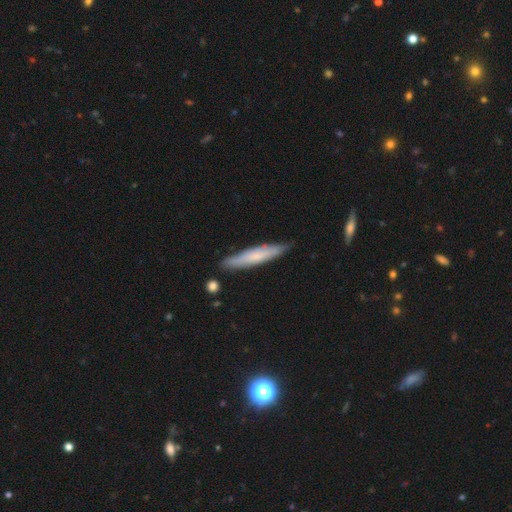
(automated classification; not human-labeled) Morphology: type=smooth (58%); roundness=cigar-shaped (90%); merging=none (84%).